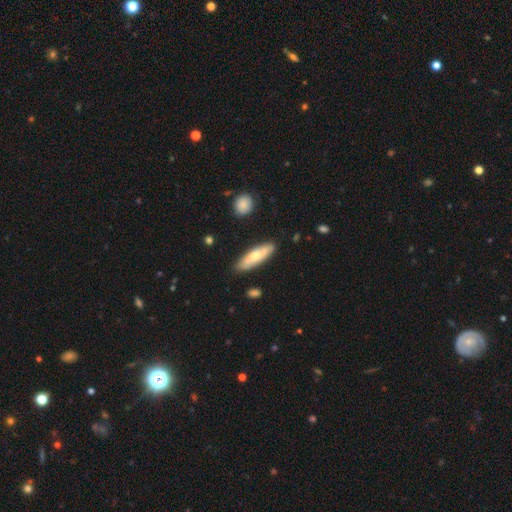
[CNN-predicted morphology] Smooth or featured? smooth (59%)
How rounded? cigar-shaped (58%)
Merging? none (83%)